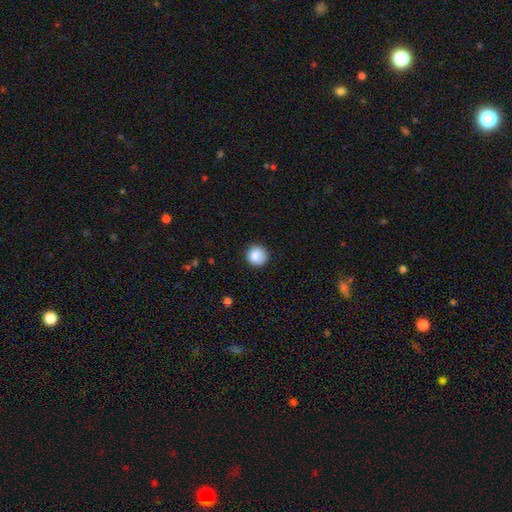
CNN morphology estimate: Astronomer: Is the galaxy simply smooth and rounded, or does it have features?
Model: smooth — 86%.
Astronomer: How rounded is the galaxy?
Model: round — 94%.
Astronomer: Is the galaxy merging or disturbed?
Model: none — 86%.